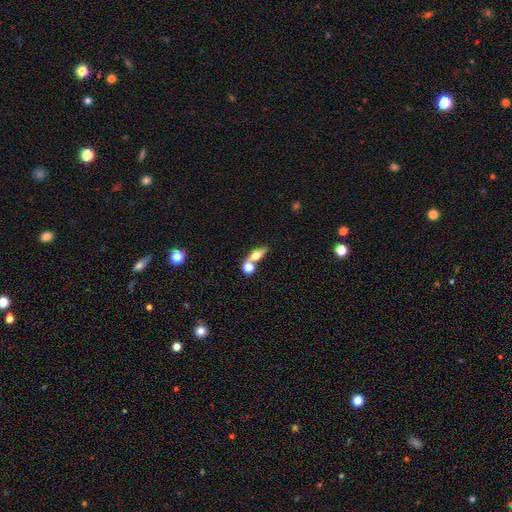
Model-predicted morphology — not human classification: A smooth galaxy with no disk features (56%) that is in between round and cigar-shaped (54%). Merging: none (48%).